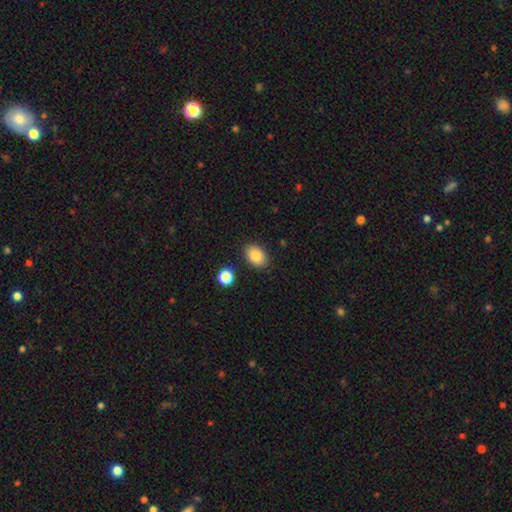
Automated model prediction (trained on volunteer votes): Smooth or featured? smooth (85%)
How rounded? in between (81%)
Merging? none (85%)